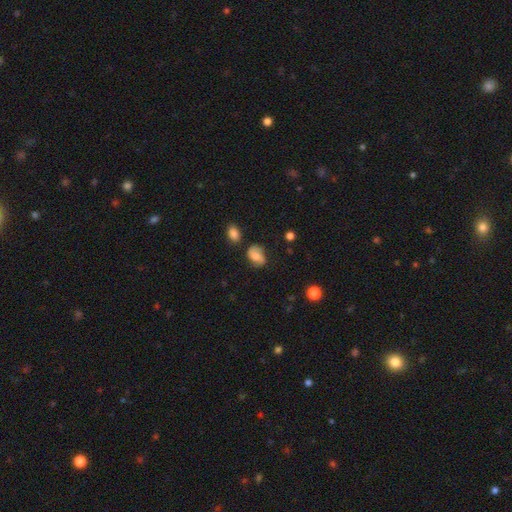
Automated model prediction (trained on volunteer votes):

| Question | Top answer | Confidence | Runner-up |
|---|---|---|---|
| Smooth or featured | smooth | 58% | featured or disk (31%) |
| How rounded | in between | 76% | round (23%) |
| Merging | none | 59% | minor disturbance (28%) |